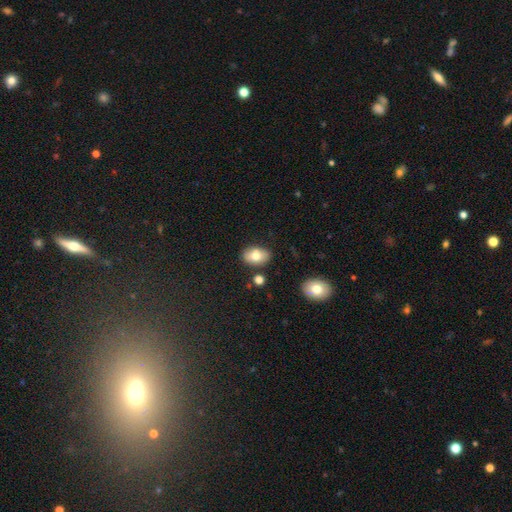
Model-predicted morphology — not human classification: The model was most divided on "smooth or featured": smooth: 75%, featured or disk: 17%, star or artifact: 8%. More confident: how rounded — in between (85%); merging — none (75%).